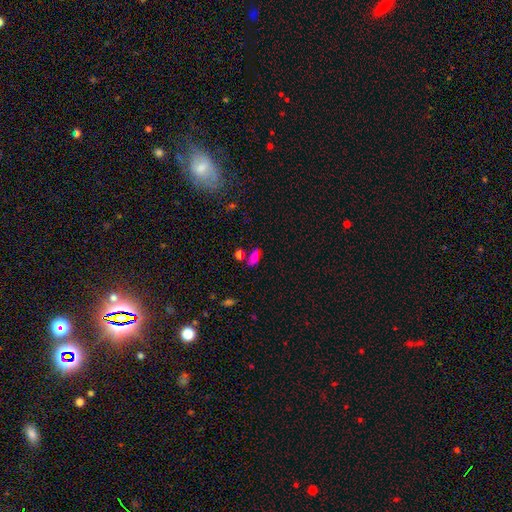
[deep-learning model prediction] smooth 75%, star or artifact 16%, featured or disk 9%. Down the decision tree: how rounded — in between (79%); merging — none (62%).